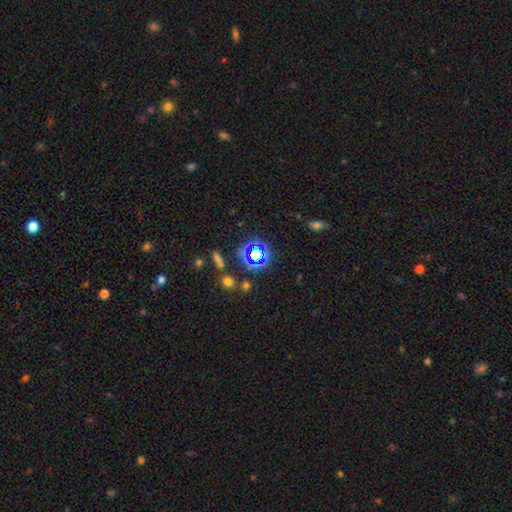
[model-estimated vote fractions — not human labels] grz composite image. It shows a star or artifact, not a galaxy (61%).